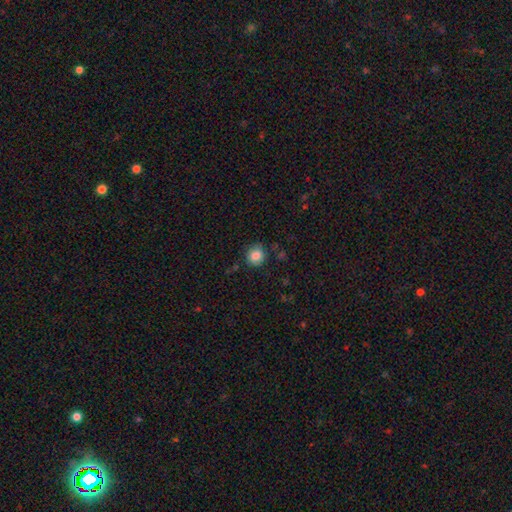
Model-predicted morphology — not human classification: smooth 84%, star or artifact 10%, featured or disk 6%. Down the decision tree: how rounded — round (86%); merging — none (84%).